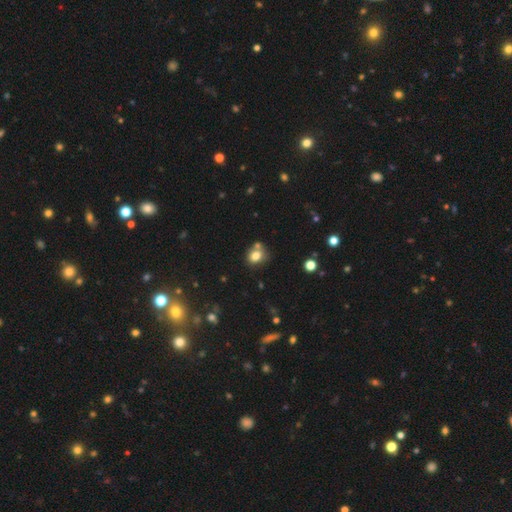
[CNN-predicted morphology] Smooth or featured? smooth (79%)
How rounded? round (60%)
Merging? none (61%)